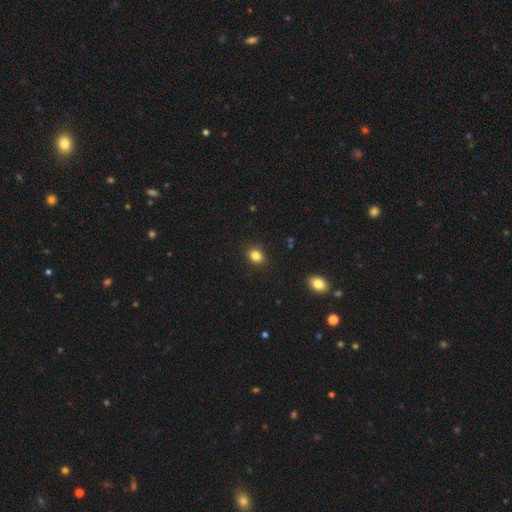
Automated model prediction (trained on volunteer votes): smooth 84%, star or artifact 11%, featured or disk 5%. Down the decision tree: how rounded — round (65%); merging — none (89%).